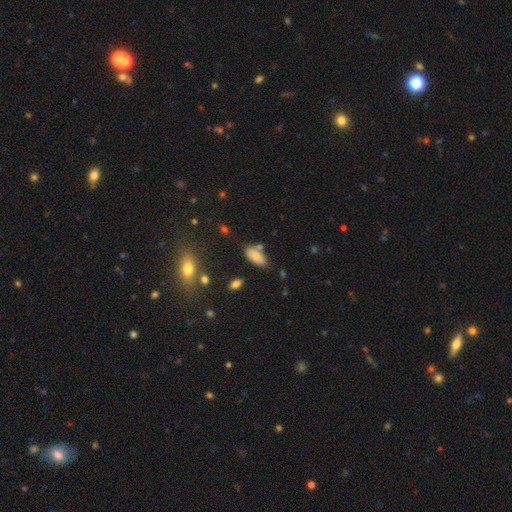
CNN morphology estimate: smooth 77%, featured or disk 13%, star or artifact 10%. Down the decision tree: how rounded — in between (89%); merging — none (66%).